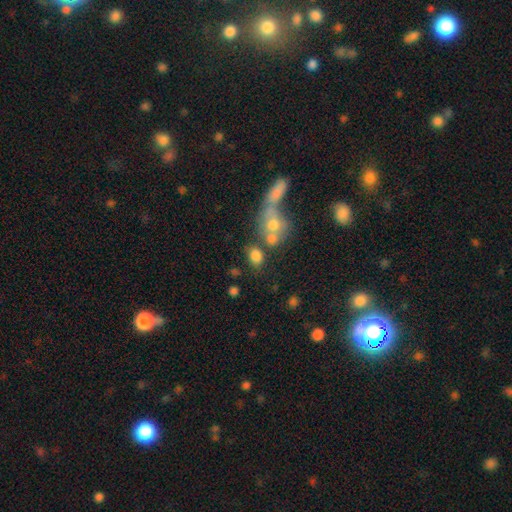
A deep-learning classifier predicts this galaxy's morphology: Smooth or featured? Predicted: smooth (p=0.77). How rounded? Predicted: in between (p=0.64). Merging? Predicted: none (p=0.46).